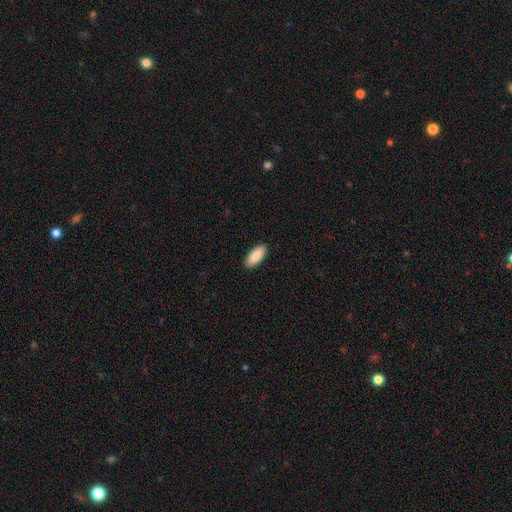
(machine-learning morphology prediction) Smooth or featured: smooth — 89% (featured or disk — 6%)
How rounded: in between — 85% (cigar-shaped — 13%)
Merging: none — 90% (minor disturbance — 7%)